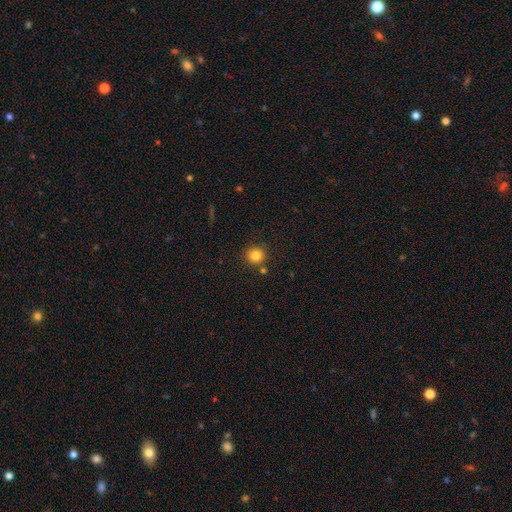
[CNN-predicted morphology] Smooth or featured: smooth — 82% (star or artifact — 12%)
How rounded: round — 91% (in between — 8%)
Merging: none — 82% (minor disturbance — 8%)